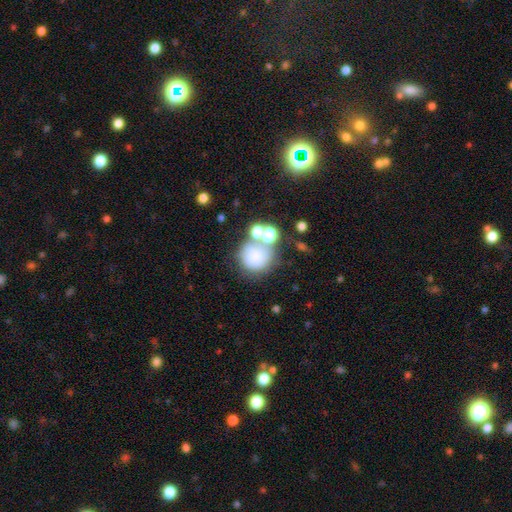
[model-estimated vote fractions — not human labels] smooth_or_featured: smooth (p=0.71) [alt: star or artifact p=0.15]
how_rounded: round (p=0.87) [alt: in between p=0.12]
merging: none (p=0.44) [alt: merger p=0.29]